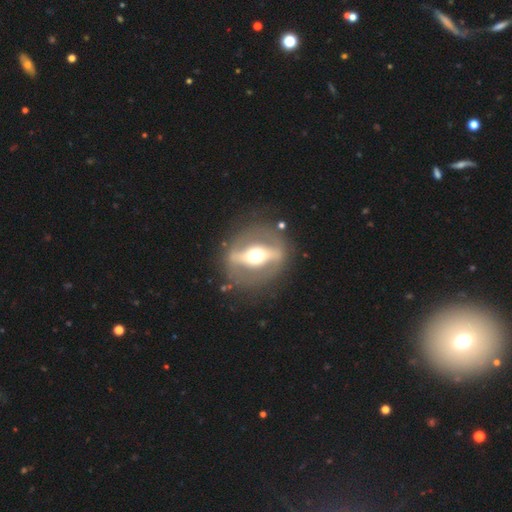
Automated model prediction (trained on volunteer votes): Morphology: type=featured or disk (79%); edge-on=no (65%); bar=strong (83%); spiral arms=no (78%); bulge=moderate (57%); merging=none (80%).